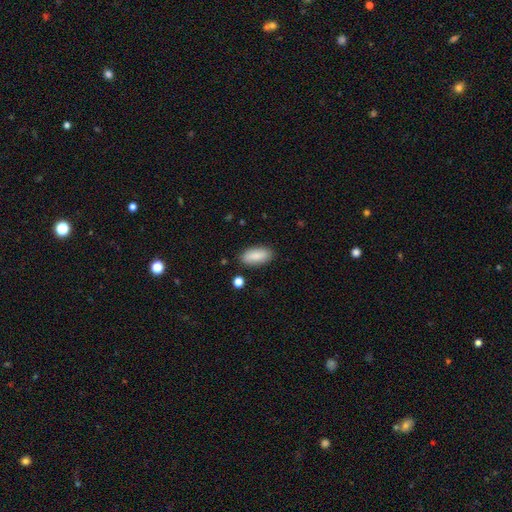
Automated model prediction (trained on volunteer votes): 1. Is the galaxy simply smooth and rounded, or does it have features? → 86% smooth, 7% featured or disk, 6% star or artifact.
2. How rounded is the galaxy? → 87% in between, 11% cigar-shaped, 2% round.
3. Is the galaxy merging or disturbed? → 86% none, 10% minor disturbance, 2% major disturbance, 2% merger.